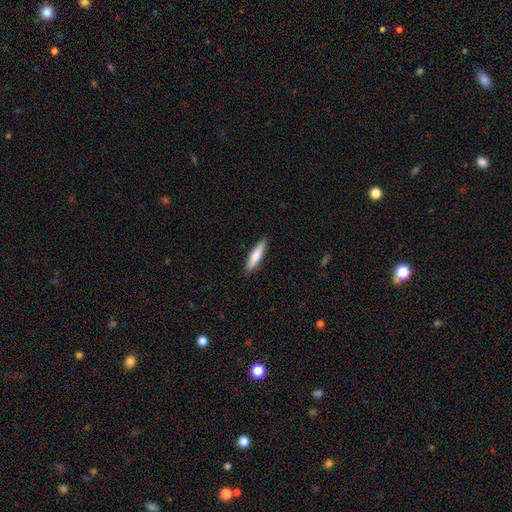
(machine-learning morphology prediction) Smooth or featured?
  - smooth: 70% *
  - featured or disk: 24%
  - star or artifact: 5%
How rounded?
  - cigar-shaped: 76% *
  - in between: 22%
  - round: 1%
Merging?
  - none: 90% *
  - minor disturbance: 8%
  - major disturbance: 2%
  - merger: 1%